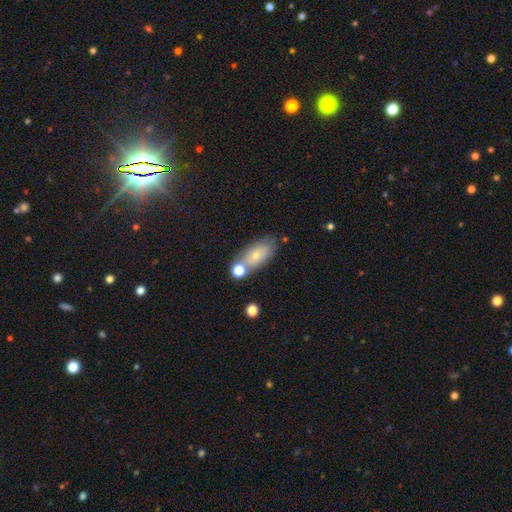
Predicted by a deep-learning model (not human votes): This appears to be a smooth galaxy with no disk features (73%) that is in between round and cigar-shaped (83%). Merging: none (57%).